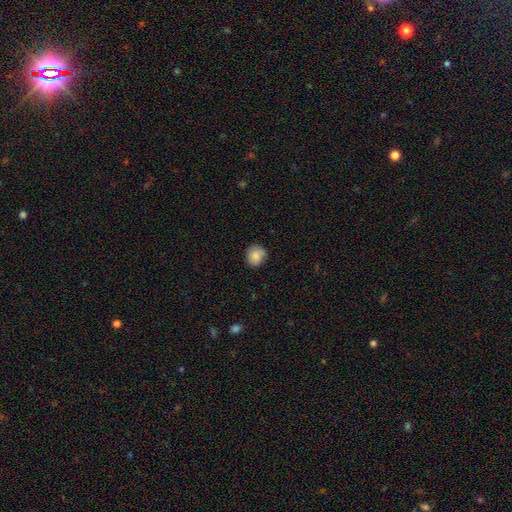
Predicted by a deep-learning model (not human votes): smooth-or-featured: smooth: 81% | featured or disk: 11% | star or artifact: 8%
  how-rounded: round: 80% | in between: 19% | cigar-shaped: 1%
  merging: none: 73% | minor disturbance: 21% | major disturbance: 4% | merger: 1%